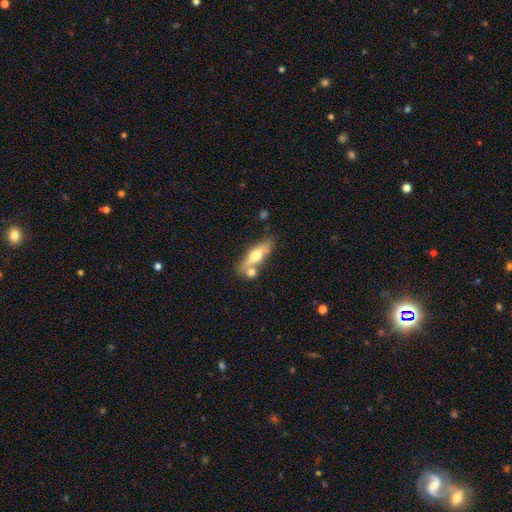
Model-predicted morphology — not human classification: The model was most divided on "smooth or featured": smooth: 48%, featured or disk: 46%, star or artifact: 6%. More confident: merging — none (63%).